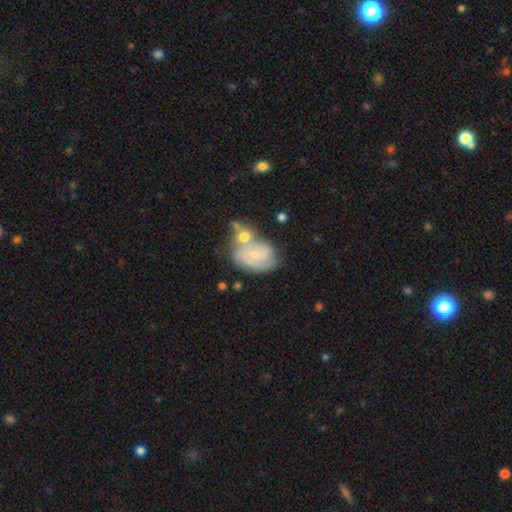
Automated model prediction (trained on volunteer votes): A featured or disk galaxy (70%) with no bar (60%), 2 (45%) tight (55%) spiral arms (86%) and a small central bulge (70%). Merging: merger (39%).